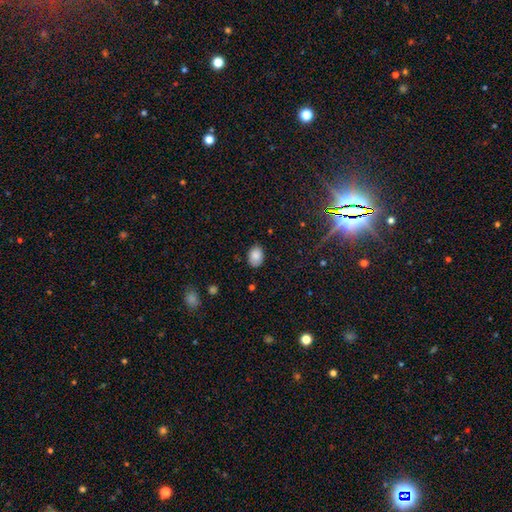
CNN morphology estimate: This is clearly a smooth galaxy (86%). How rounded: likely in between (76%). Merging: clearly none (81%).